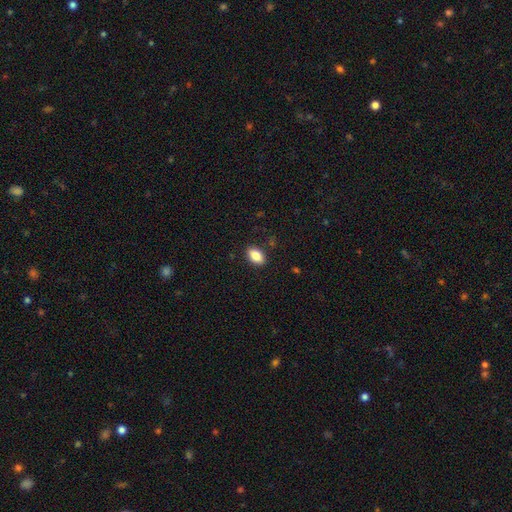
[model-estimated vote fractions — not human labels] A smooth galaxy with no disk features (86%) that is in between round and cigar-shaped (90%).

Vote fractions:
- Smooth or featured? smooth: 86% / star or artifact: 8% / featured or disk: 6%
- How rounded? in between: 90% / round: 8% / cigar-shaped: 2%
- Merging? none: 88% / minor disturbance: 9% / major disturbance: 2% / merger: 1%